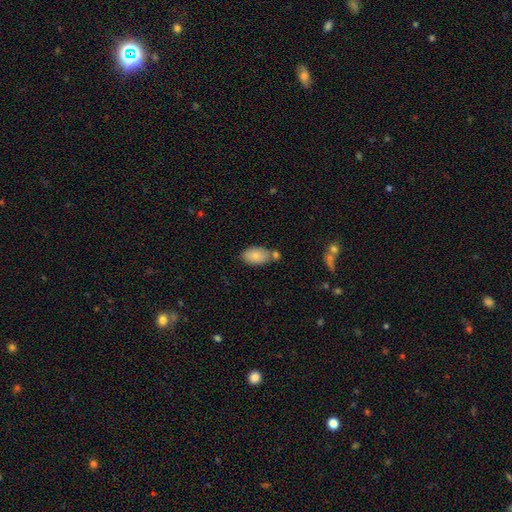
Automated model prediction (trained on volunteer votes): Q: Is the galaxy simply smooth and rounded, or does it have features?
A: smooth — 85%.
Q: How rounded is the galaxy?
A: in between — 94%.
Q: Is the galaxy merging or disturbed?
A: none — 60%.